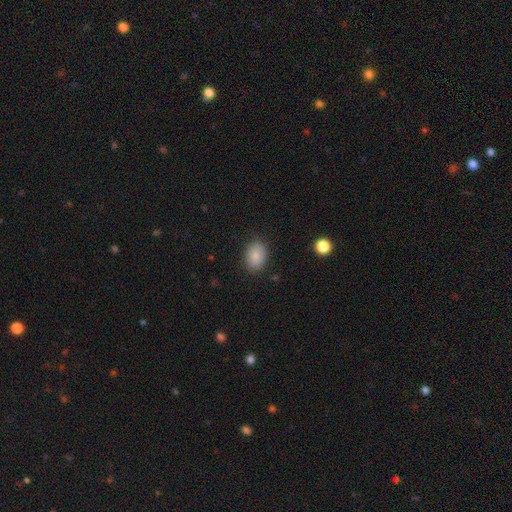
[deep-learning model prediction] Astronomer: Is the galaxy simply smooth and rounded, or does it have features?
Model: smooth — 86%.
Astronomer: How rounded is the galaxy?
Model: in between — 81%.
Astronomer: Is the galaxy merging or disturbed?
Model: none — 85%.